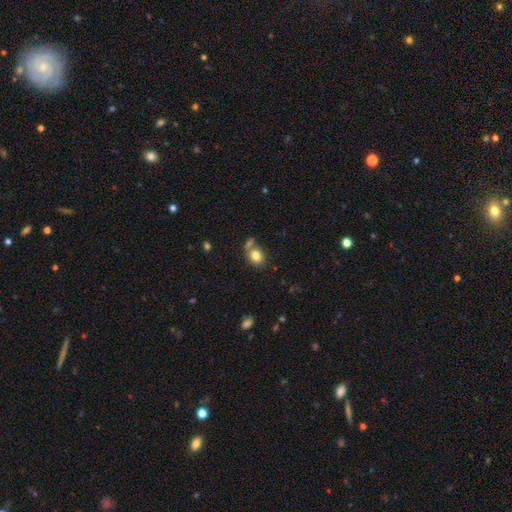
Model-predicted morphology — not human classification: Smooth or featured? smooth (80%)
How rounded? round (60%)
Merging? none (57%)